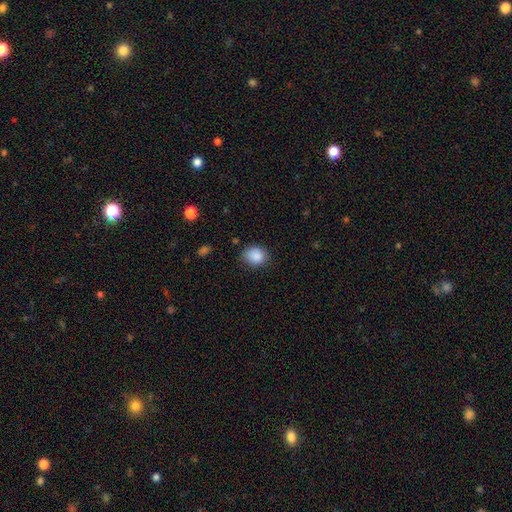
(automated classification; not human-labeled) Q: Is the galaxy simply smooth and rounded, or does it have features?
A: smooth — 88%.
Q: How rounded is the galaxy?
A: round — 60%.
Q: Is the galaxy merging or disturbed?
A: none — 78%.